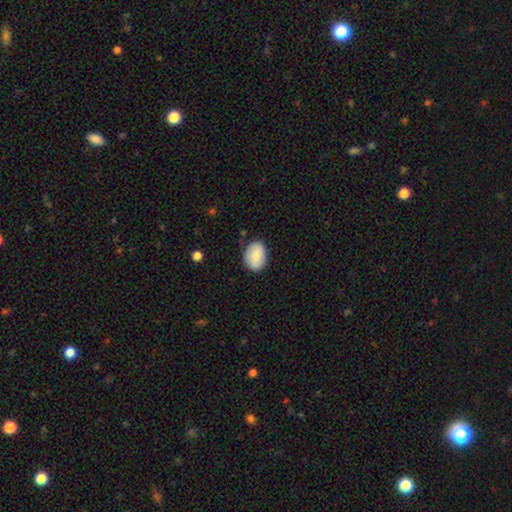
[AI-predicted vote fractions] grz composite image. It shows a smooth galaxy with no disk features (83%) that is in between round and cigar-shaped (73%). Merging: none (83%).